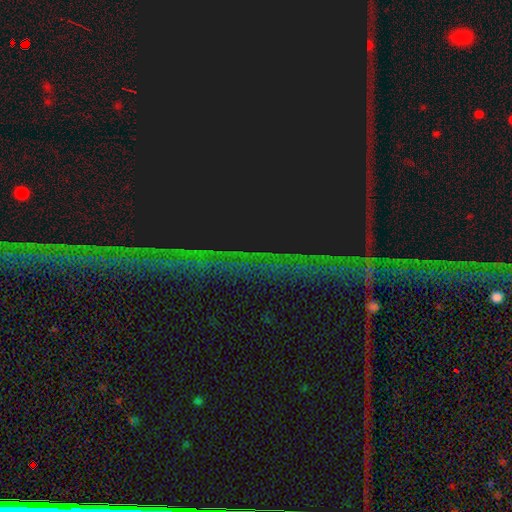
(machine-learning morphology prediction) Q: Smooth or featured?
A: star or artifact (87%); runner-up: smooth (6%)